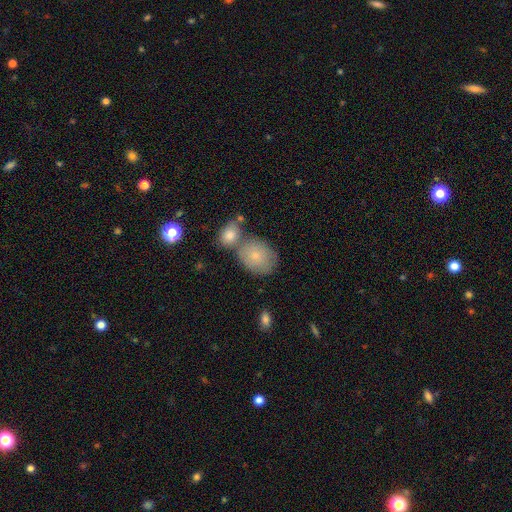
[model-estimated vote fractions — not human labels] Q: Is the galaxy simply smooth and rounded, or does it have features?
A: smooth — 77%.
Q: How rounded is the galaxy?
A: in between — 56%.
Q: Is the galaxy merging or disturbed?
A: none — 48%.